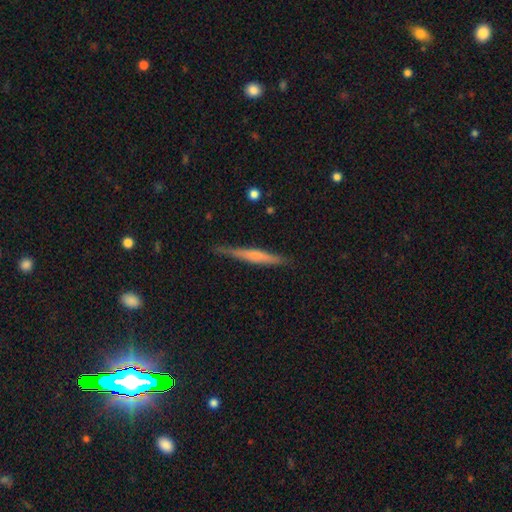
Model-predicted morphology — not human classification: smooth-or-featured: featured or disk: 48% | smooth: 46% | star or artifact: 6%
  merging: none: 83% | minor disturbance: 14% | major disturbance: 2% | merger: 1%